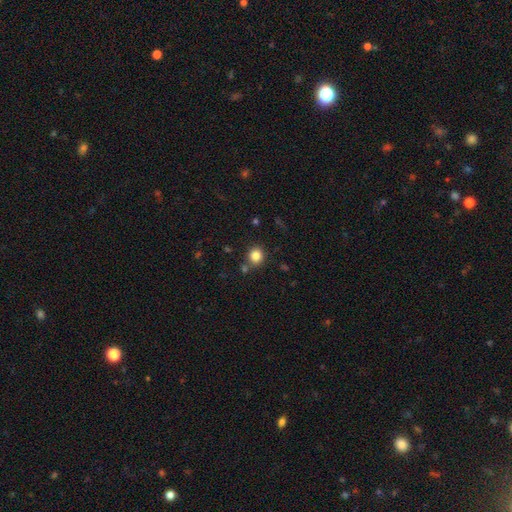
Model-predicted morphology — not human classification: Smooth or featured: smooth — 83% (star or artifact — 12%)
How rounded: round — 84% (in between — 15%)
Merging: none — 80% (minor disturbance — 9%)